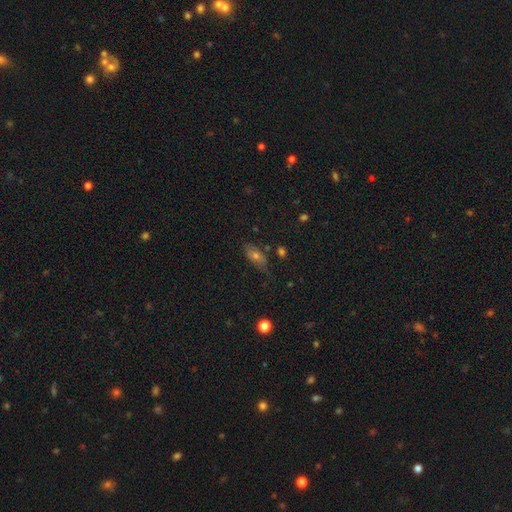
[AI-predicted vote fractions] A smooth galaxy with no disk features (50%) that is in between round and cigar-shaped (74%).

Vote fractions:
- Smooth or featured? smooth: 50% / featured or disk: 34% / star or artifact: 16%
- How rounded? in between: 74% / cigar-shaped: 18% / round: 8%
- Merging? none: 68% / minor disturbance: 22% / major disturbance: 6% / merger: 3%